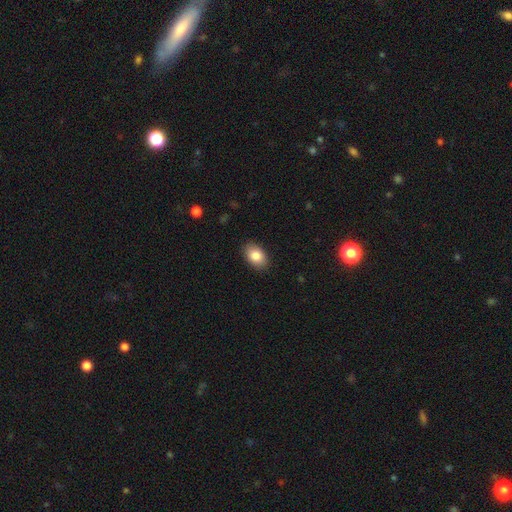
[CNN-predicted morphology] This is clearly a smooth galaxy (85%). How rounded: clearly in between (86%). Merging: clearly none (88%).